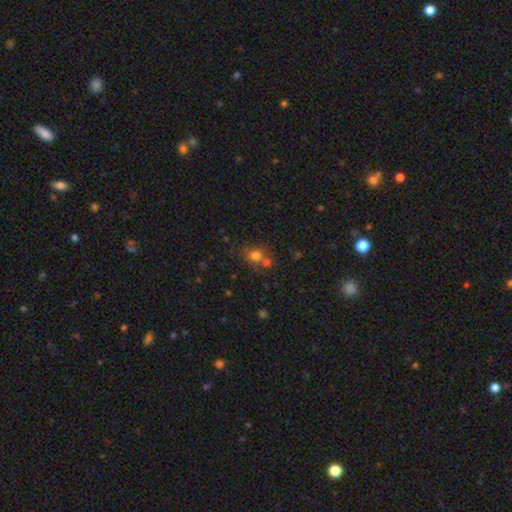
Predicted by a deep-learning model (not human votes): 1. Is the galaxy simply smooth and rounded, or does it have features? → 74% smooth, 15% star or artifact, 11% featured or disk.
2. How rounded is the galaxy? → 74% round, 24% in between, 1% cigar-shaped.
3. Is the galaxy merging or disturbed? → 54% none, 30% merger, 11% minor disturbance, 4% major disturbance.